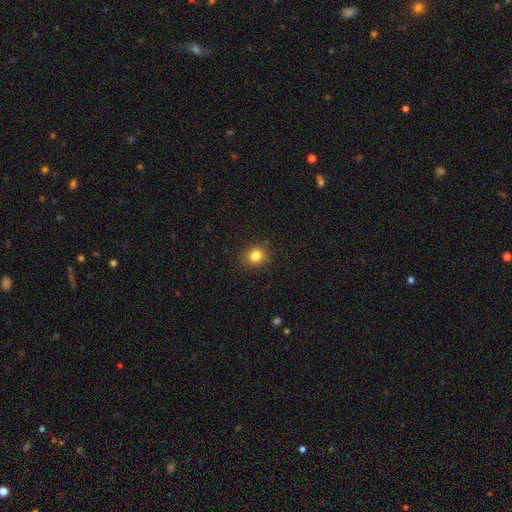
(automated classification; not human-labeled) smooth_or_featured: smooth (p=0.83) [alt: star or artifact p=0.12]
how_rounded: round (p=0.81) [alt: in between p=0.18]
merging: none (p=0.89) [alt: minor disturbance p=0.08]